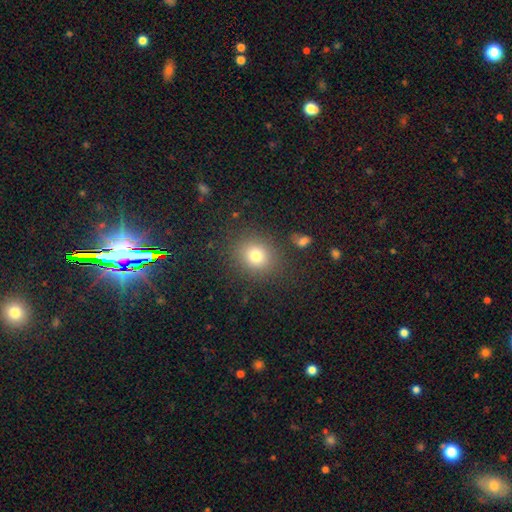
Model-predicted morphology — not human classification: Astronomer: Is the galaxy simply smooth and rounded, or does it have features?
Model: smooth — 76%.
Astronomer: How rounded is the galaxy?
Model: round — 73%.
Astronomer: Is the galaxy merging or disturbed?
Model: none — 85%.